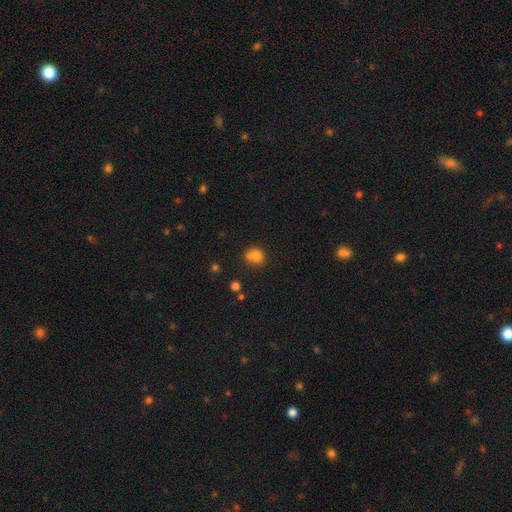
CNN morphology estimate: Overall: smooth (75%). How rounded: round (73%). Merging: none (45%; merger 36%).